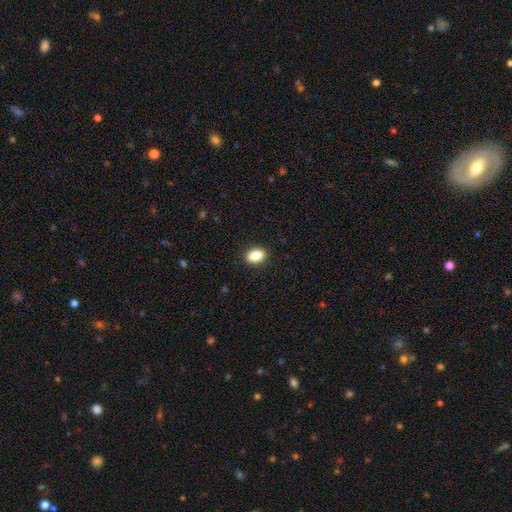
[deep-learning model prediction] Overall: smooth (88%). How rounded: in between (86%). Merging: none (90%).